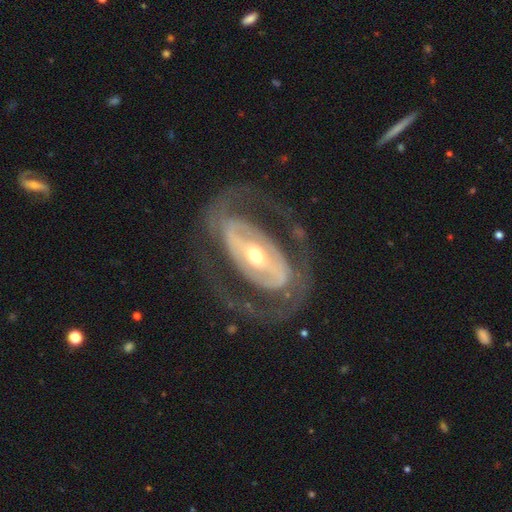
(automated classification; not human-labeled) This appears to be a featured or disk galaxy (86%) with a strong bar (52%), 2 (80%) medium (43%) spiral arms (73%) and a moderate central bulge (60%). Merging: none (71%).